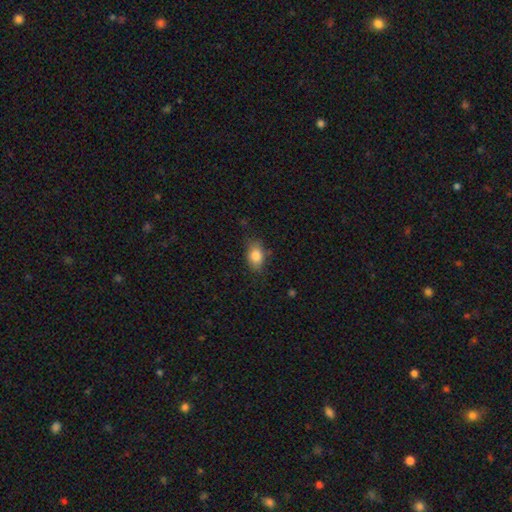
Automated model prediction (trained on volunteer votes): Morphology: type=smooth (84%); roundness=in between (78%); merging=none (75%).